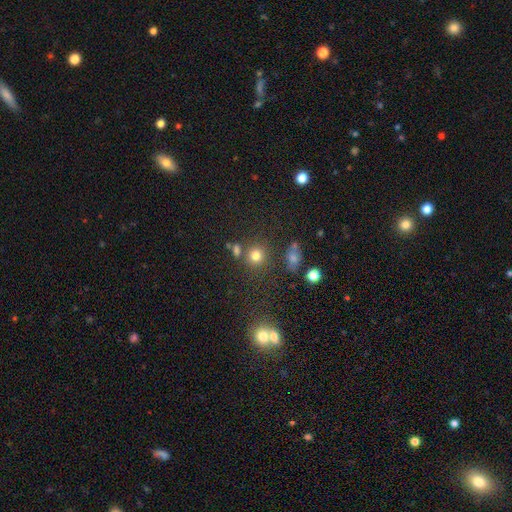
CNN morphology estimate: This appears to be a smooth galaxy with no disk features (75%) that is round (88%). Merging: none (75%).